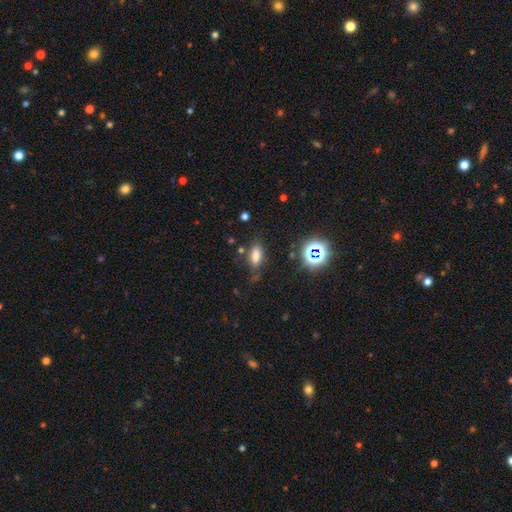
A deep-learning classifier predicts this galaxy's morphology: Smooth or featured: smooth — 72% (star or artifact — 18%)
How rounded: in between — 79% (cigar-shaped — 14%)
Merging: none — 71% (minor disturbance — 18%)